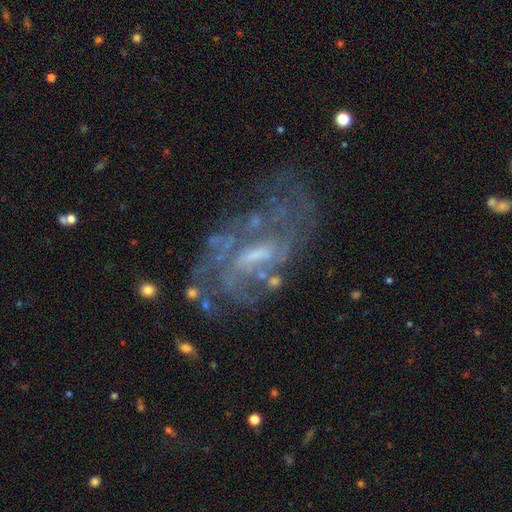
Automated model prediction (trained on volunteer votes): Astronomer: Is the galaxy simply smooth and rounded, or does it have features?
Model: featured or disk — 82%.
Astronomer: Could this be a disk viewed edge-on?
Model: no — 95%.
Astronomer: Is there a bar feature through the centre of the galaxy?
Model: weak — 51% (runner-up: no, 30%).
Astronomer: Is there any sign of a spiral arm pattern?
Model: yes — 80%.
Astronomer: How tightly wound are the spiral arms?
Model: medium — 40% (runner-up: tight, 38%).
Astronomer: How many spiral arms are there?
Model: can't tell — 47%.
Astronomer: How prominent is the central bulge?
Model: small — 38% (runner-up: moderate, 32%).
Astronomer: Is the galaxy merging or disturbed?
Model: none — 55%.